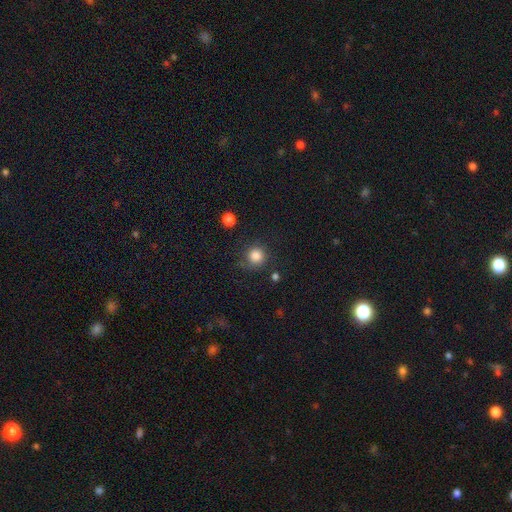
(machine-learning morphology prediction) smooth-or-featured: smooth: 85% | star or artifact: 11% | featured or disk: 4%
  how-rounded: round: 93% | in between: 6% | cigar-shaped: 1%
  merging: none: 79% | minor disturbance: 12% | major disturbance: 5% | merger: 4%